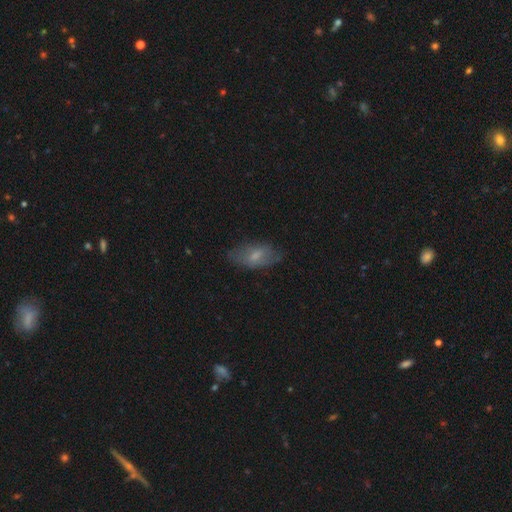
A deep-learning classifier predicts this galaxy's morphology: The model was most divided on "smooth or featured": smooth: 58%, featured or disk: 34%, star or artifact: 8%. More confident: how rounded — in between (87%); merging — none (67%).